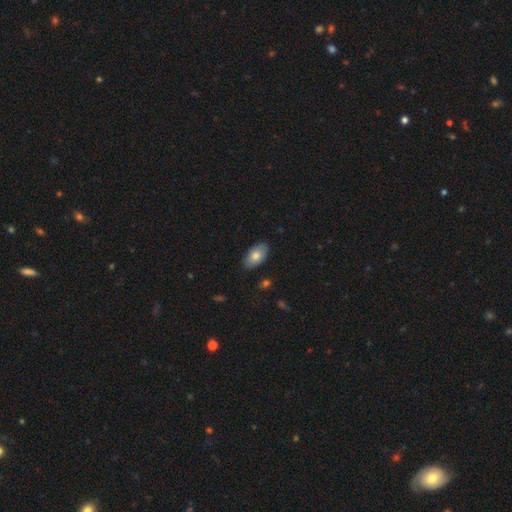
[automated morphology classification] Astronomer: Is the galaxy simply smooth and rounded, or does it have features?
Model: smooth — 78%.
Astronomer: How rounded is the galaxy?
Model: in between — 94%.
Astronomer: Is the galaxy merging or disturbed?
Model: none — 85%.